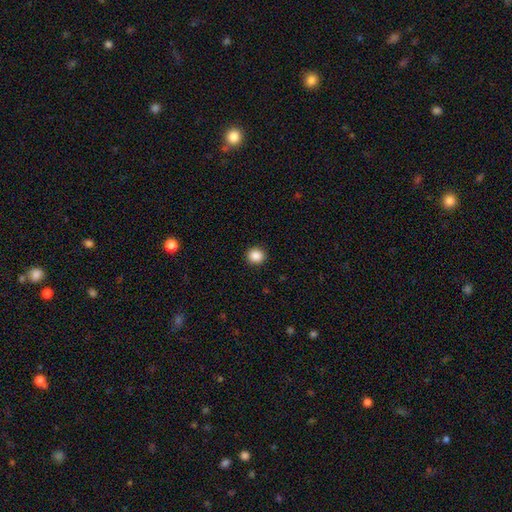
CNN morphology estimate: smooth_or_featured: smooth (p=0.87) [alt: star or artifact p=0.10]
how_rounded: round (p=0.87) [alt: in between p=0.12]
merging: none (p=0.92) [alt: minor disturbance p=0.05]